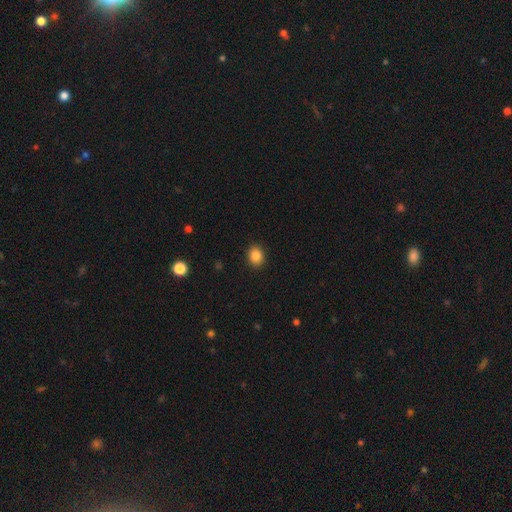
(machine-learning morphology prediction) smooth_or_featured: smooth (p=0.86) [alt: star or artifact p=0.10]
how_rounded: round (p=0.57) [alt: in between p=0.42]
merging: none (p=0.91) [alt: minor disturbance p=0.06]